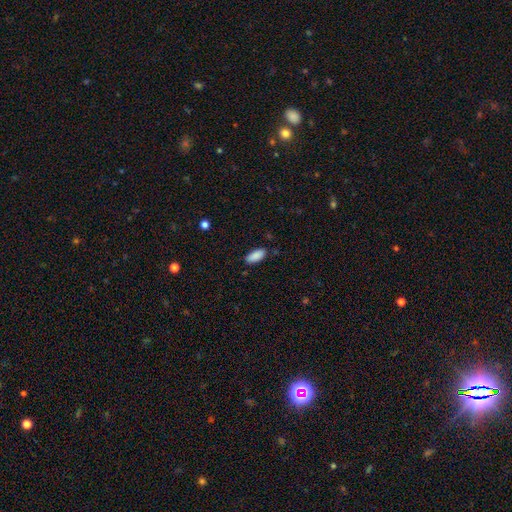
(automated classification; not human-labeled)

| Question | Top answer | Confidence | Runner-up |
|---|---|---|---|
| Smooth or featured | smooth | 89% | star or artifact (7%) |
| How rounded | in between | 87% | cigar-shaped (11%) |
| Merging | none | 85% | minor disturbance (11%) |